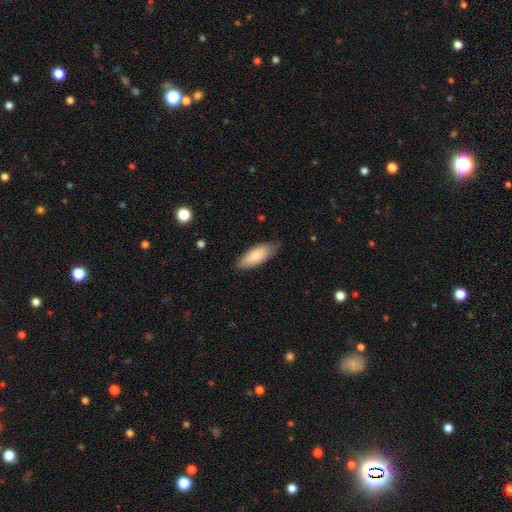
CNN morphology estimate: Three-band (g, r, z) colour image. It shows a smooth galaxy with no disk features (81%) that is in between round and cigar-shaped (76%). Merging: none (72%).